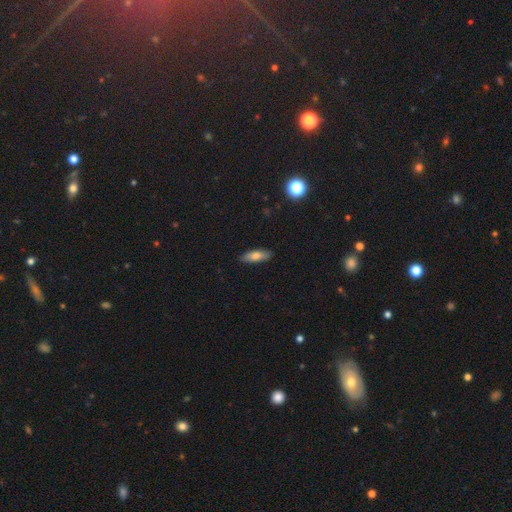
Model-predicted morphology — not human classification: Overall: smooth (74%). How rounded: in between (61%; cigar-shaped 37%). Merging: none (88%).